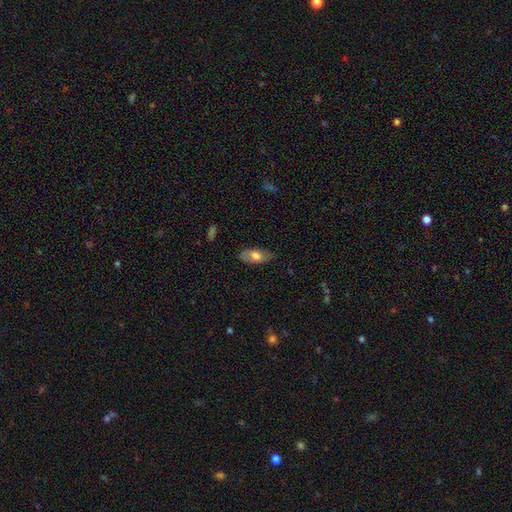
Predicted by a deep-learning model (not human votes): This is likely a smooth galaxy (72%). How rounded: clearly in between (87%). Merging: likely none (79%).